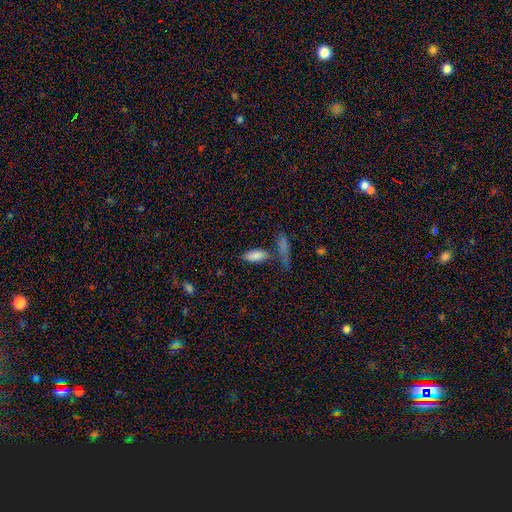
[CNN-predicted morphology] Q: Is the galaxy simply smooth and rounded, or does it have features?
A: smooth — 85%.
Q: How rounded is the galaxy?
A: in between — 85%.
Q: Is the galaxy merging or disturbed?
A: none — 64%.